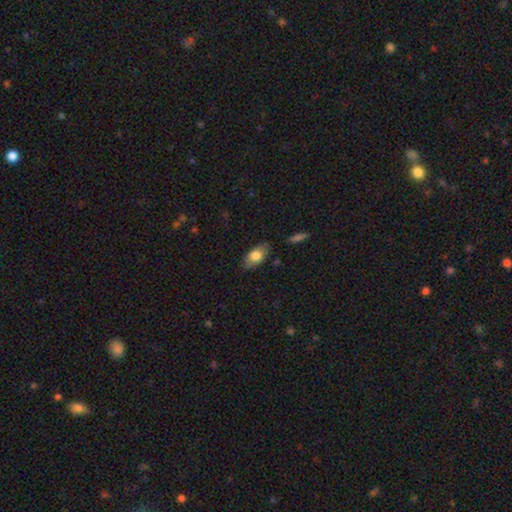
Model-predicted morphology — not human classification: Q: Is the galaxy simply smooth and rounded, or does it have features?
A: smooth — 76%.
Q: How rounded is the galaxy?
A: in between — 91%.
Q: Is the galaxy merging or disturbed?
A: none — 82%.